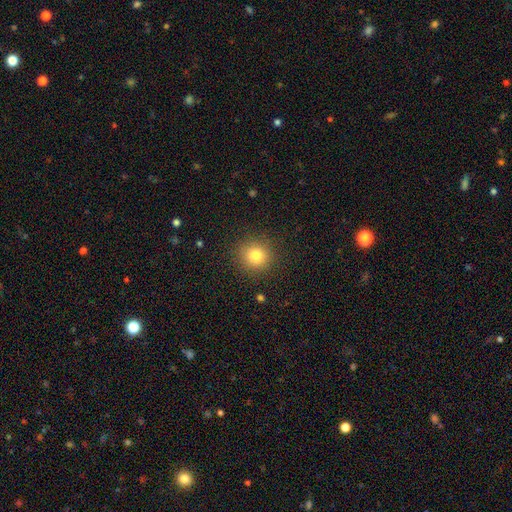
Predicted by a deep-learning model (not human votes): Smooth or featured? Predicted: smooth (p=0.80). How rounded? Predicted: round (p=0.91). Merging? Predicted: none (p=0.89).